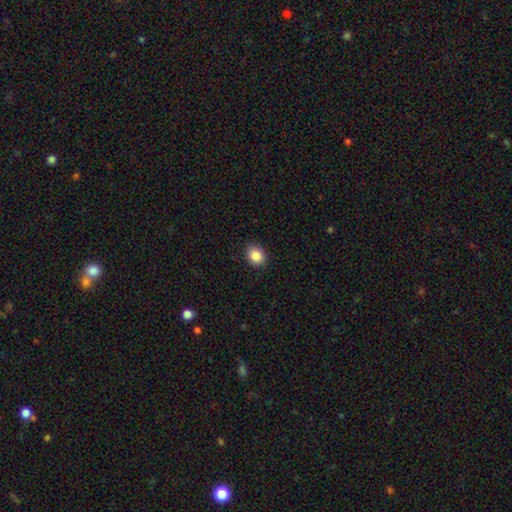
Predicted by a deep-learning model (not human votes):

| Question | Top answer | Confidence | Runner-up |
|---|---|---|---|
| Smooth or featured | smooth | 87% | star or artifact (9%) |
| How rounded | round | 54% | in between (45%) |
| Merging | none | 88% | minor disturbance (9%) |